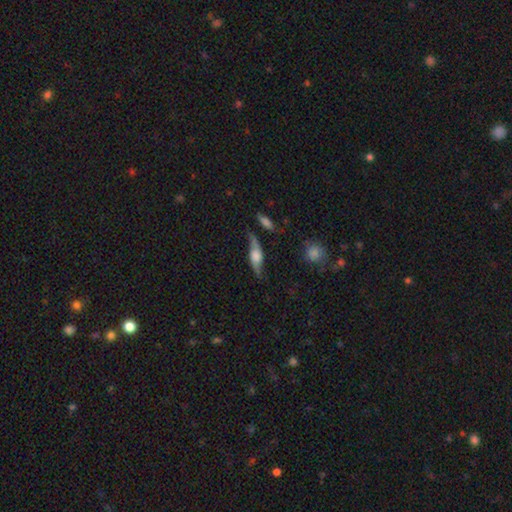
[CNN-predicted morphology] Smooth or featured: featured or disk — 72% (smooth — 21%)
Edge-on disk: yes — 54% (no — 46%)
Merging: none — 68% (minor disturbance — 20%)